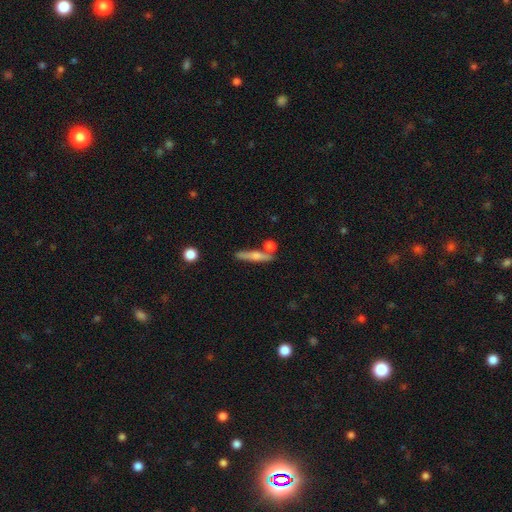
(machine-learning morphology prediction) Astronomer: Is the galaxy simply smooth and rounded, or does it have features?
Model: smooth — 49% (runner-up: featured or disk, 45%).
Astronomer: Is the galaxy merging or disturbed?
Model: none — 74%.